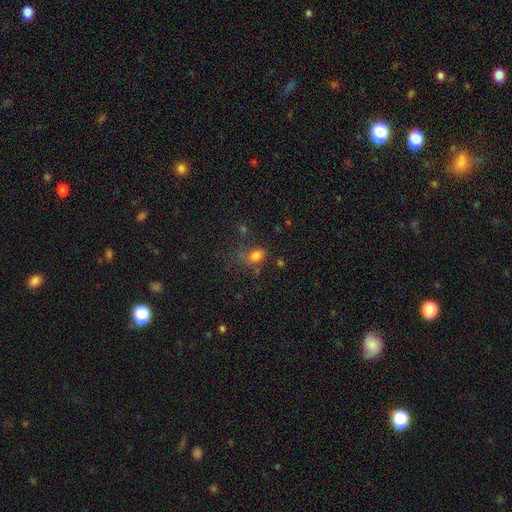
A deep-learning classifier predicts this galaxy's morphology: Smooth or featured?
  - smooth: 77% *
  - star or artifact: 14%
  - featured or disk: 9%
How rounded?
  - in between: 72% *
  - round: 26%
  - cigar-shaped: 2%
Merging?
  - none: 48% *
  - minor disturbance: 25%
  - major disturbance: 19%
  - merger: 9%